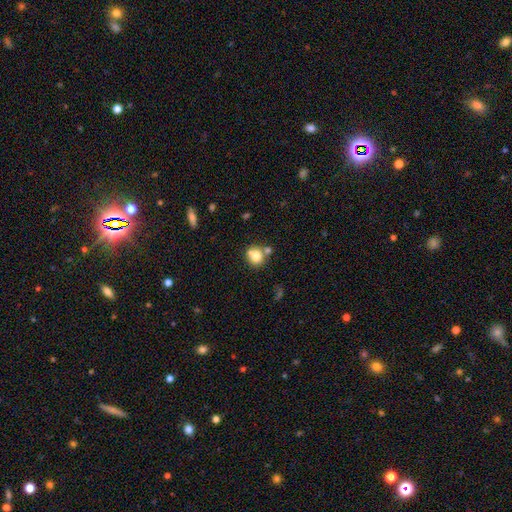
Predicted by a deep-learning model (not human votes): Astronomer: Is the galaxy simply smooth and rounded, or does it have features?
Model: smooth — 77%.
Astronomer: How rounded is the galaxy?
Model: round — 78%.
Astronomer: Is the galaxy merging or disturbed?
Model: none — 52% (runner-up: merger, 30%).